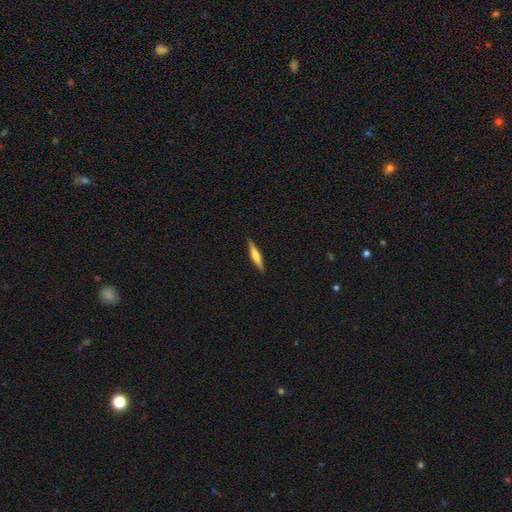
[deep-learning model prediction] The model was most divided on "smooth or featured": smooth: 50%, featured or disk: 44%, star or artifact: 5%. More confident: merging — none (91%); how rounded — cigar-shaped (90%).